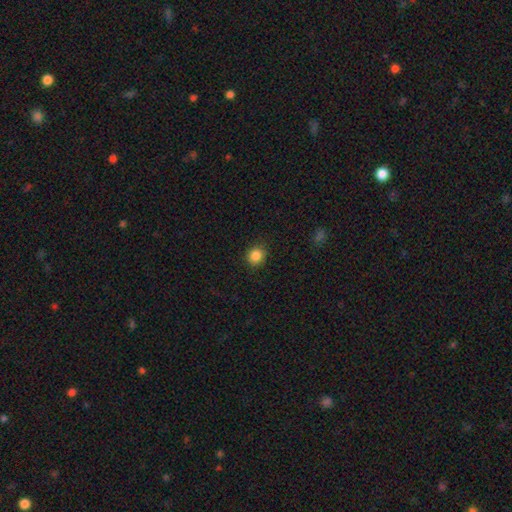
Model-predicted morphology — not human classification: Smooth or featured? smooth (85%)
How rounded? round (83%)
Merging? none (89%)